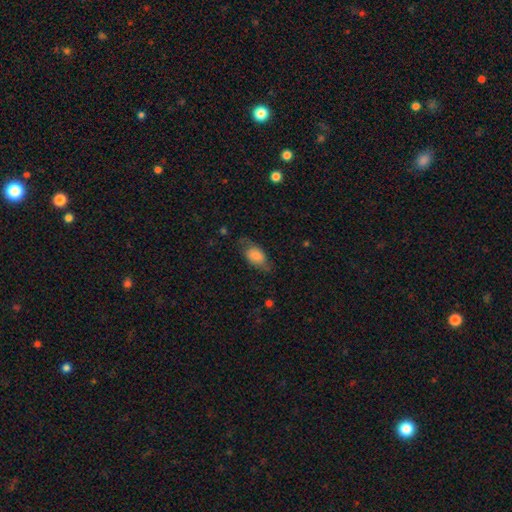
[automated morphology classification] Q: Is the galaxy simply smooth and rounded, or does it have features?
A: smooth — 66%.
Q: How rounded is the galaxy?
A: in between — 89%.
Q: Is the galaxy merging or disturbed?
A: none — 59%.